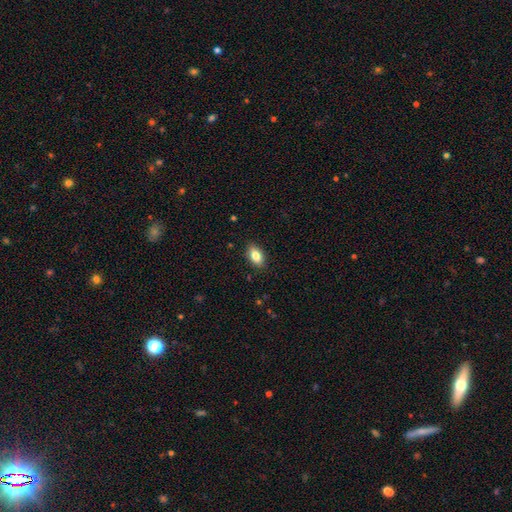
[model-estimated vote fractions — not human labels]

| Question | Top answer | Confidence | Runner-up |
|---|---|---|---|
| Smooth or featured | smooth | 83% | featured or disk (10%) |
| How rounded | in between | 89% | round (8%) |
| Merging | none | 87% | minor disturbance (10%) |